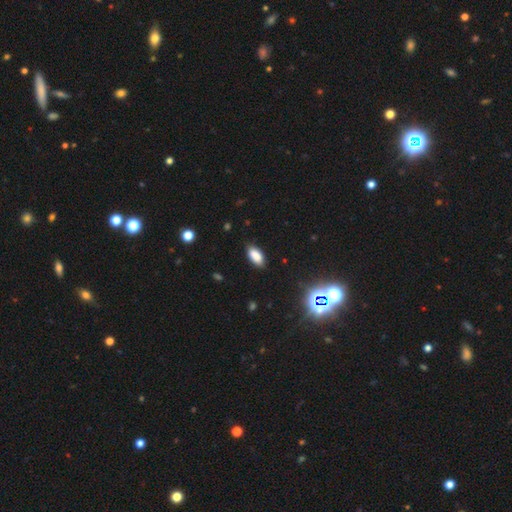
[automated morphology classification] A smooth galaxy with no disk features (85%) that is in between round and cigar-shaped (90%).

Vote fractions:
- Smooth or featured? smooth: 85% / star or artifact: 10% / featured or disk: 5%
- How rounded? in between: 90% / cigar-shaped: 7% / round: 3%
- Merging? none: 85% / minor disturbance: 11% / major disturbance: 2% / merger: 1%